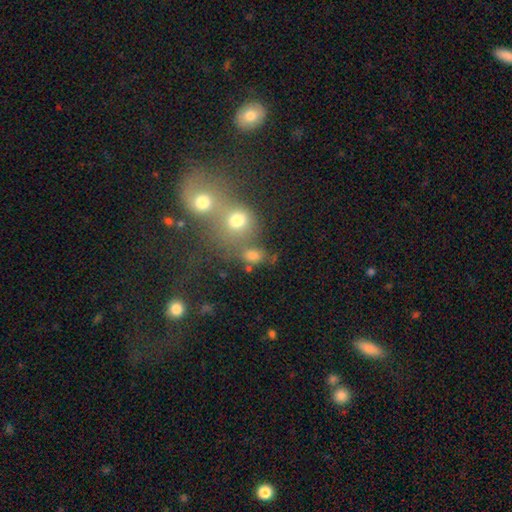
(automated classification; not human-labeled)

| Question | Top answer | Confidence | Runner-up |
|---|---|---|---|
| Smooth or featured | smooth | 73% | star or artifact (17%) |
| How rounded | in between | 52% | round (45%) |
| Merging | none | 48% | merger (32%) |